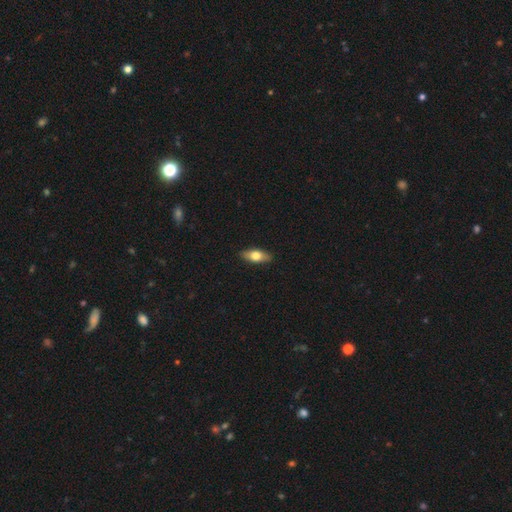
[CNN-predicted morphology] Overall: smooth (65%; featured or disk 29%). How rounded: in between (77%). Merging: none (90%).